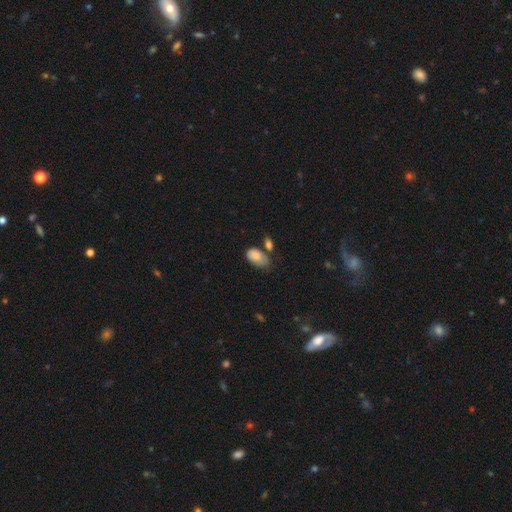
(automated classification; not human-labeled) Overall: smooth (81%). How rounded: in between (92%). Merging: none (41%; minor disturbance 32%).